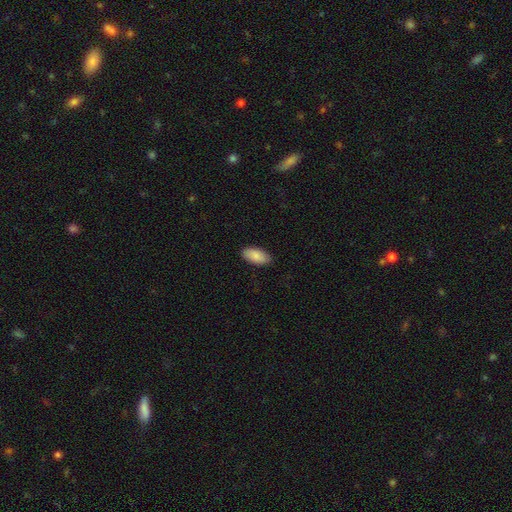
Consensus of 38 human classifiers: A smooth galaxy with no disk features (84%) that is in between round and cigar-shaped (97%).

Vote fractions:
- Smooth or featured? smooth: 84% / featured or disk: 8% / star or artifact: 8%
- How rounded? in between: 97% / round: 3% / cigar-shaped: 0%
- Merging? none: 94% / minor disturbance: 6% / major disturbance: 0% / merger: 0%